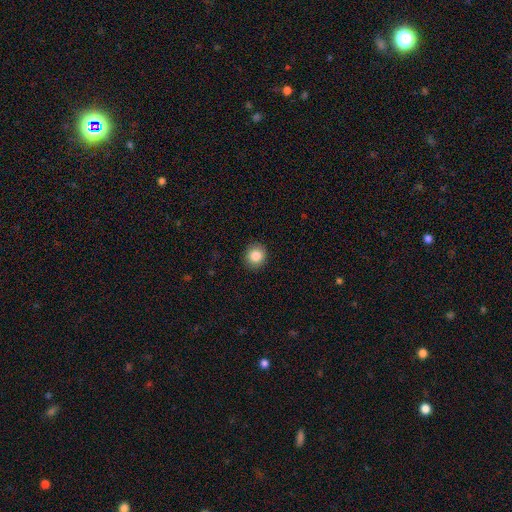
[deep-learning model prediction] Smooth or featured?
  - smooth: 85% *
  - star or artifact: 9%
  - featured or disk: 6%
How rounded?
  - round: 86% *
  - in between: 13%
  - cigar-shaped: 1%
Merging?
  - none: 91% *
  - minor disturbance: 6%
  - major disturbance: 2%
  - merger: 1%